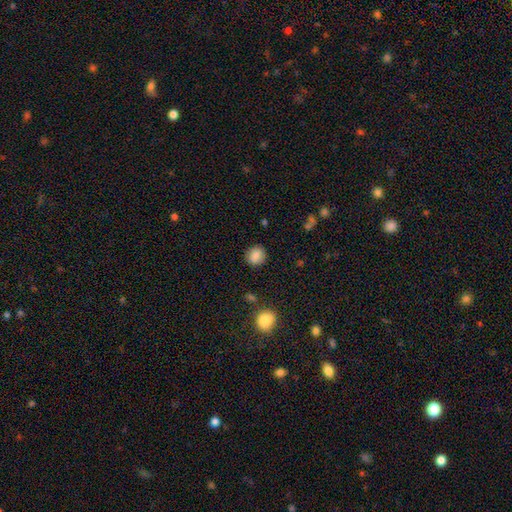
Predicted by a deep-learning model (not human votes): Smooth or featured?
  - smooth: 86% *
  - star or artifact: 9%
  - featured or disk: 5%
How rounded?
  - round: 80% *
  - in between: 19%
  - cigar-shaped: 1%
Merging?
  - none: 87% *
  - minor disturbance: 8%
  - major disturbance: 3%
  - merger: 2%